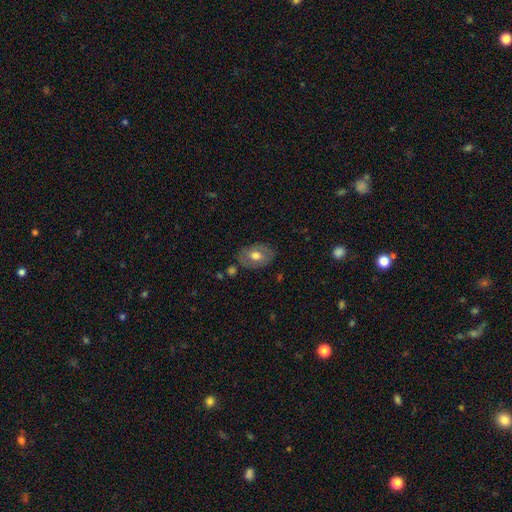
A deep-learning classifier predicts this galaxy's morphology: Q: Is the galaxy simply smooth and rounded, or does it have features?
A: smooth — 60%.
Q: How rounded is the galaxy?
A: in between — 81%.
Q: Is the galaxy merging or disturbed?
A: none — 79%.